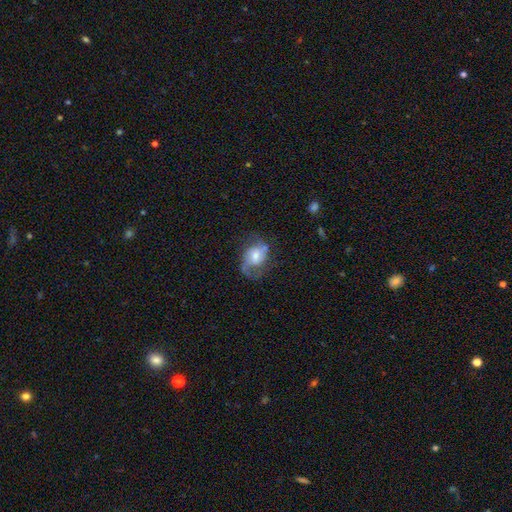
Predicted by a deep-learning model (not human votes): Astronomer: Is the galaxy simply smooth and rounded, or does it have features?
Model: featured or disk — 59%.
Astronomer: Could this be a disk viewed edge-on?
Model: no — 96%.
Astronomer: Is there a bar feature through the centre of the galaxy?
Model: no — 60%.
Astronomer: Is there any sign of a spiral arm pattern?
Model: yes — 83%.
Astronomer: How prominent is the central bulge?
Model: moderate — 52% (runner-up: small, 32%).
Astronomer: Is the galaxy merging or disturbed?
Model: none — 51%.